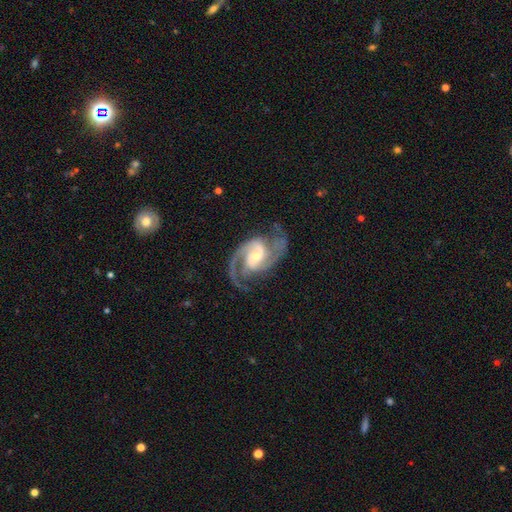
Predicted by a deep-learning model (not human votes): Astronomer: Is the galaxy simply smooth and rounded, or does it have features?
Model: featured or disk — 93%.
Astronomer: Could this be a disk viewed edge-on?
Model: no — 98%.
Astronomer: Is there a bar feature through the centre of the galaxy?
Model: weak — 46% (runner-up: no, 35%).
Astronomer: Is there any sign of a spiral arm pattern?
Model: yes — 98%.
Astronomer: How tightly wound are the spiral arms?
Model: medium — 60%.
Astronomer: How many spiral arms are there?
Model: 2 — 83%.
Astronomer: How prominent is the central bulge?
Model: moderate — 49% (runner-up: small, 42%).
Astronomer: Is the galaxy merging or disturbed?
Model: none — 72%.